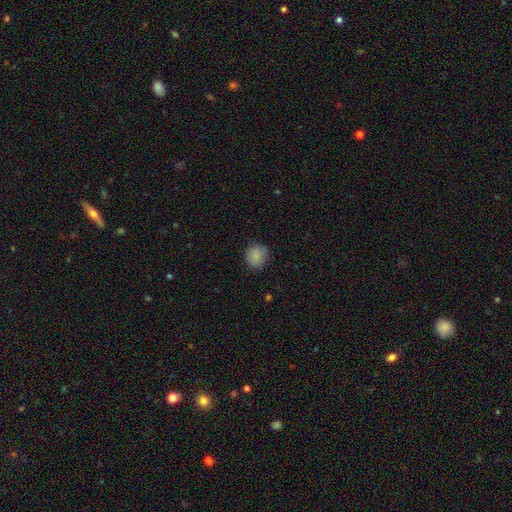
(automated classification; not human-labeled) smooth_or_featured: smooth (p=0.87) [alt: star or artifact p=0.09]
how_rounded: round (p=0.85) [alt: in between p=0.14]
merging: none (p=0.86) [alt: minor disturbance p=0.10]